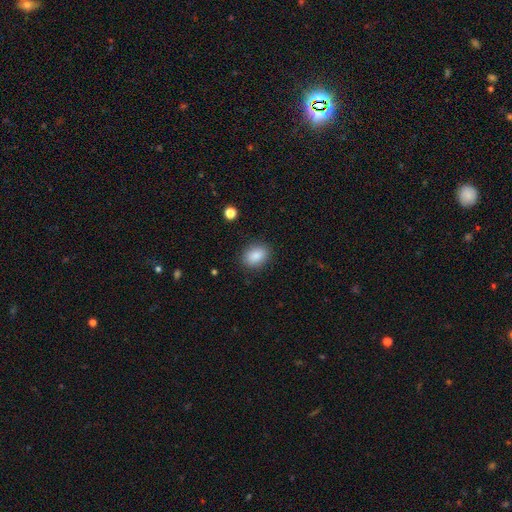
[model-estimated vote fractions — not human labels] Smooth or featured: smooth — 87% (star or artifact — 8%)
How rounded: in between — 72% (round — 27%)
Merging: none — 87% (minor disturbance — 9%)